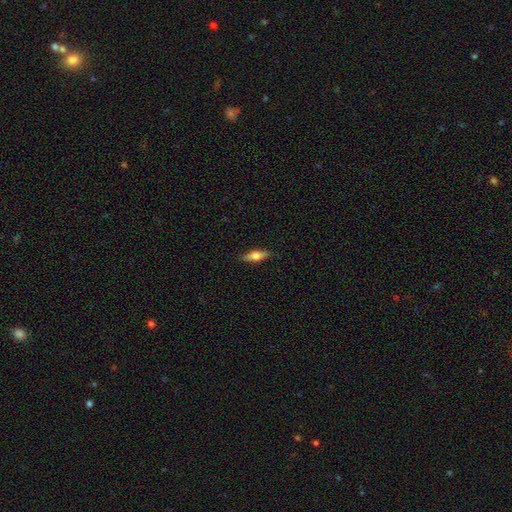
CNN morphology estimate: A smooth galaxy with no disk features (54%) that is cigar-shaped (52%).

Vote fractions:
- Smooth or featured? smooth: 54% / featured or disk: 39% / star or artifact: 7%
- How rounded? cigar-shaped: 52% / in between: 45% / round: 3%
- Merging? none: 88% / minor disturbance: 9% / major disturbance: 2% / merger: 1%